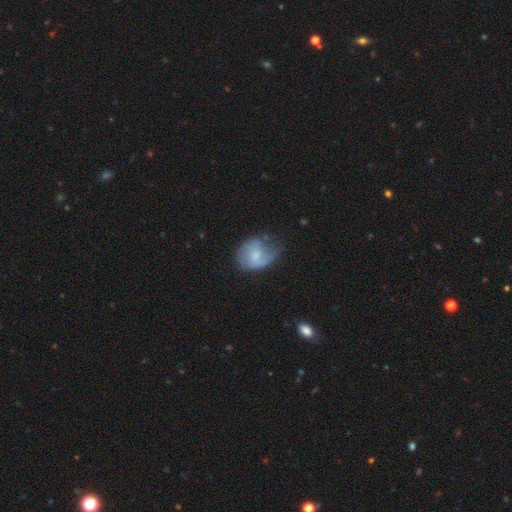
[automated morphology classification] This is possibly a smooth galaxy (49%). Merging: marginally none (37%).